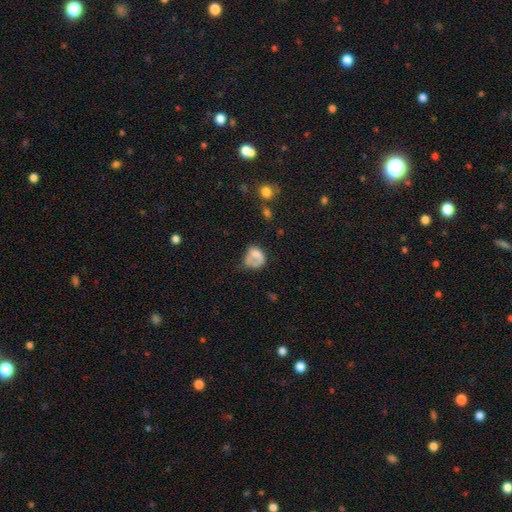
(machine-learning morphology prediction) A smooth galaxy with no disk features (58%) that is in between round and cigar-shaped (53%).

Vote fractions:
- Smooth or featured? smooth: 58% / featured or disk: 31% / star or artifact: 10%
- How rounded? in between: 53% / round: 45% / cigar-shaped: 1%
- Merging? major disturbance: 36% / none: 26% / minor disturbance: 23% / merger: 15%